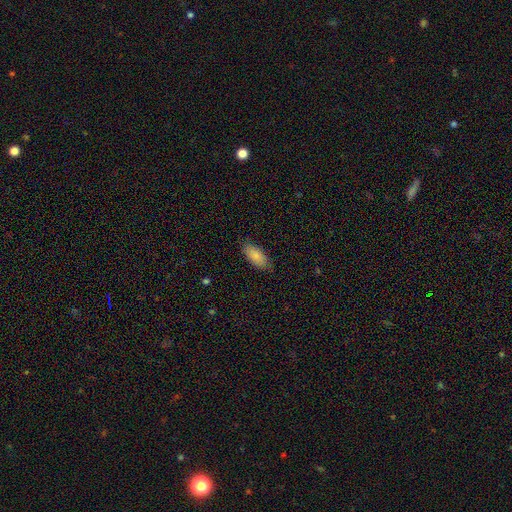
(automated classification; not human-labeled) This is clearly a smooth galaxy (85%). How rounded: clearly in between (88%). Merging: clearly none (82%).